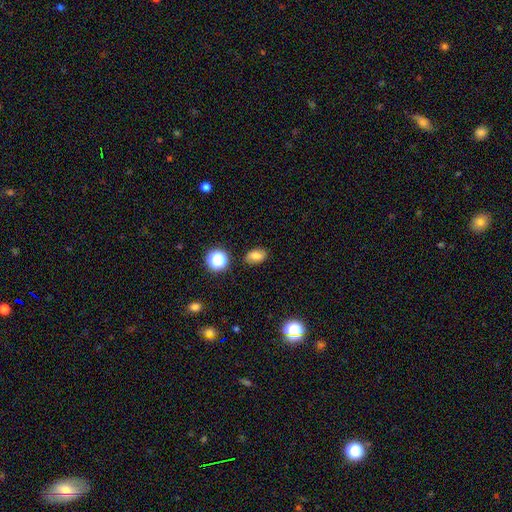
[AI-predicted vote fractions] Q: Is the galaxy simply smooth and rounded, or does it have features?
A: smooth — 76%.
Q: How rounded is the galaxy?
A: in between — 81%.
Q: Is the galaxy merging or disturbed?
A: none — 82%.